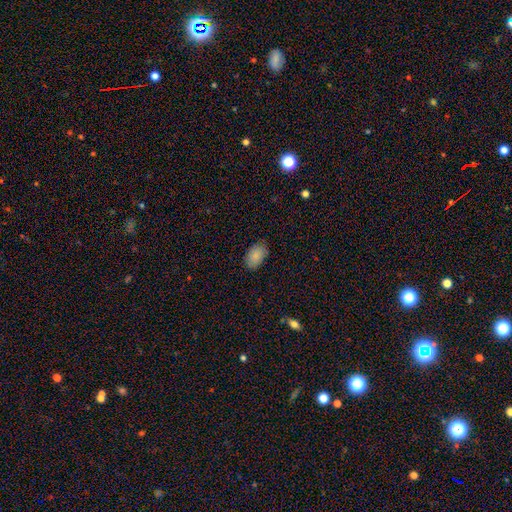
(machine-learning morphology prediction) A smooth galaxy with no disk features (86%) that is in between round and cigar-shaped (91%). Merging: none (85%).